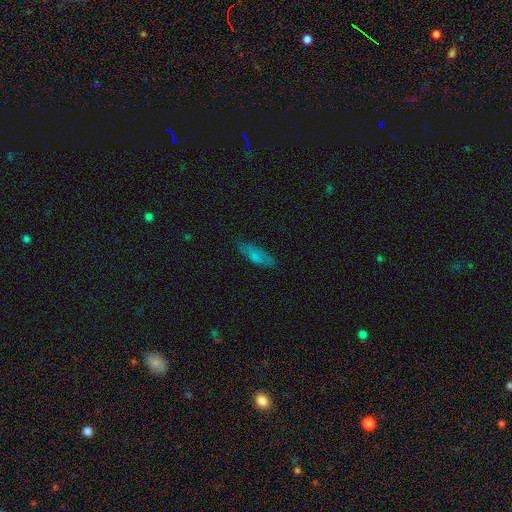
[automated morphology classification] This appears to be a smooth galaxy with no disk features (72%) that is in between round and cigar-shaped (53%). Merging: none (77%).